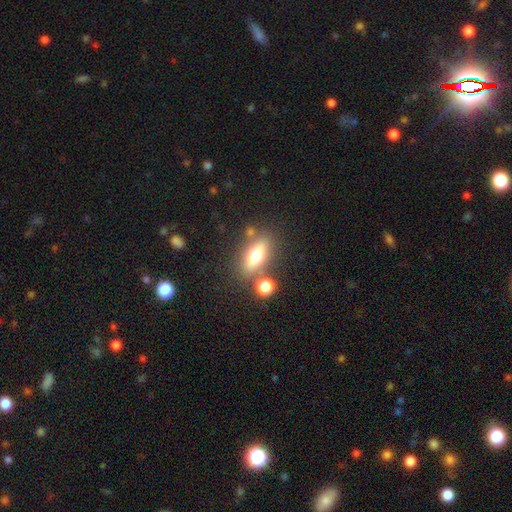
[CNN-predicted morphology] This is possibly a smooth galaxy (58%). How rounded: likely in between (65%). Merging: likely none (72%).